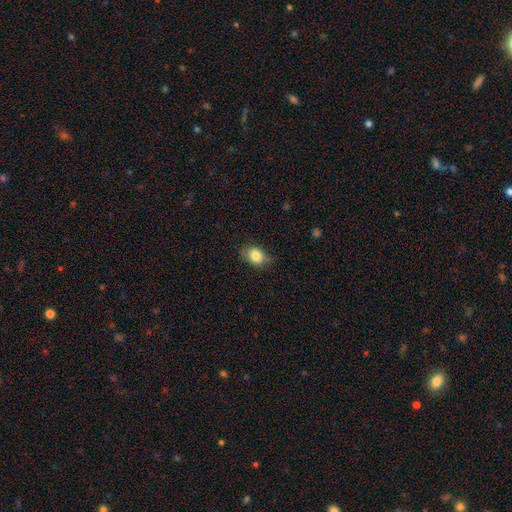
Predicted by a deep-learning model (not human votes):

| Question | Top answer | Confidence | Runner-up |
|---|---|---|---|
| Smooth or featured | smooth | 81% | featured or disk (10%) |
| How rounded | in between | 64% | round (34%) |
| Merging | none | 66% | minor disturbance (27%) |